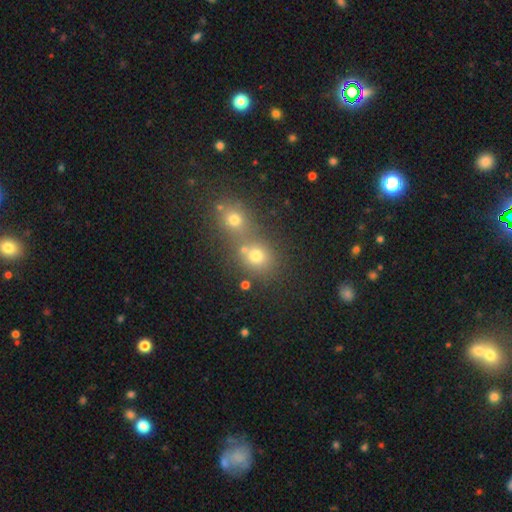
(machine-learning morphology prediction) Overall: smooth (68%). How rounded: round (78%). Merging: merger (49%; none 42%).